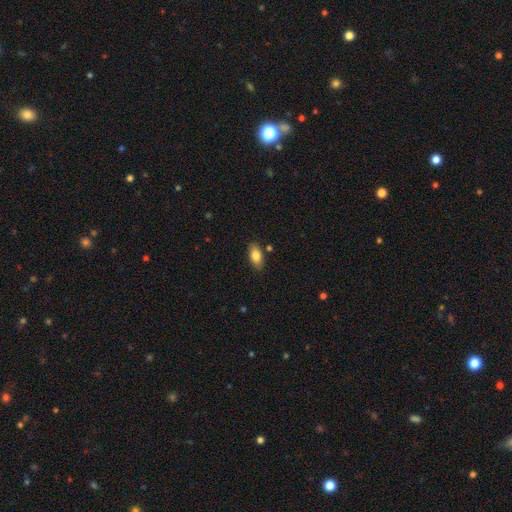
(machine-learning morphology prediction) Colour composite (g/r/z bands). It shows a smooth galaxy with no disk features (81%) that is in between round and cigar-shaped (90%). Merging: none (84%).